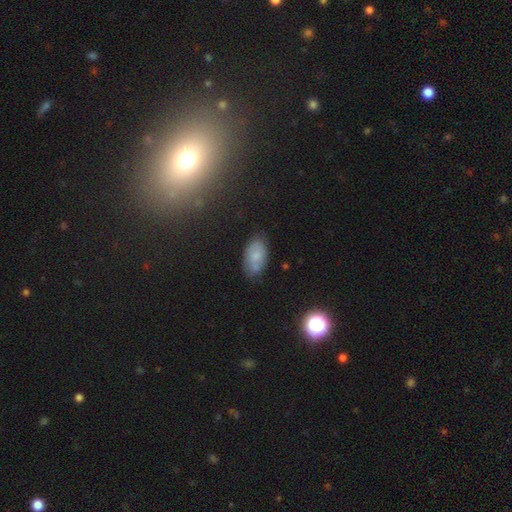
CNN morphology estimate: This is likely a smooth galaxy (68%). How rounded: clearly in between (94%). Merging: likely none (74%).